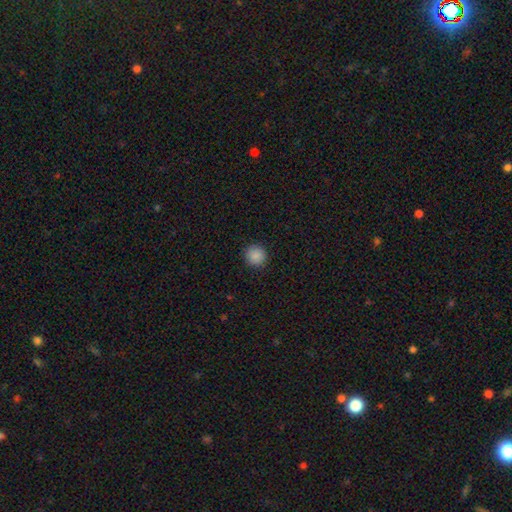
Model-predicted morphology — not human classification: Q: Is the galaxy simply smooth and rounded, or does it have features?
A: smooth — 88%.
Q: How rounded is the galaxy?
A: round — 94%.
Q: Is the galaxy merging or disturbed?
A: none — 92%.